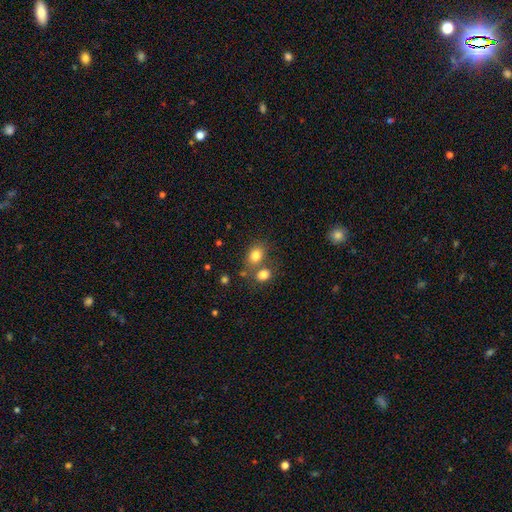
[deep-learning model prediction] A smooth galaxy with no disk features (80%) that is in between round and cigar-shaped (58%).

Vote fractions:
- Smooth or featured? smooth: 80% / star or artifact: 12% / featured or disk: 9%
- How rounded? in between: 58% / round: 41% / cigar-shaped: 1%
- Merging? none: 52% / merger: 33% / minor disturbance: 11% / major disturbance: 4%